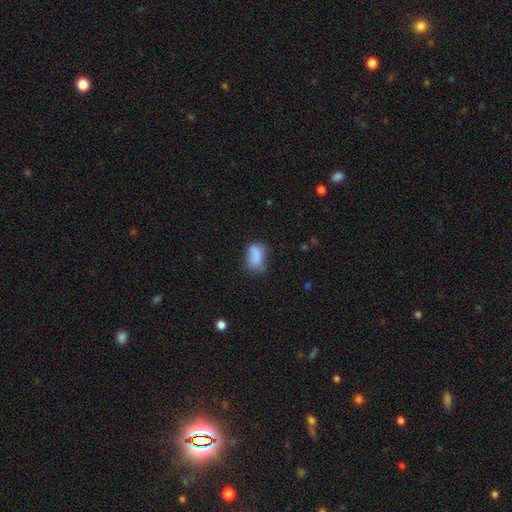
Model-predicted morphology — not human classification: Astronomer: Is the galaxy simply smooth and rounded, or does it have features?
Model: smooth — 80%.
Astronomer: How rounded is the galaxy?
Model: in between — 87%.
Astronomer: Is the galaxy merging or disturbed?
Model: none — 46% (runner-up: minor disturbance, 32%).